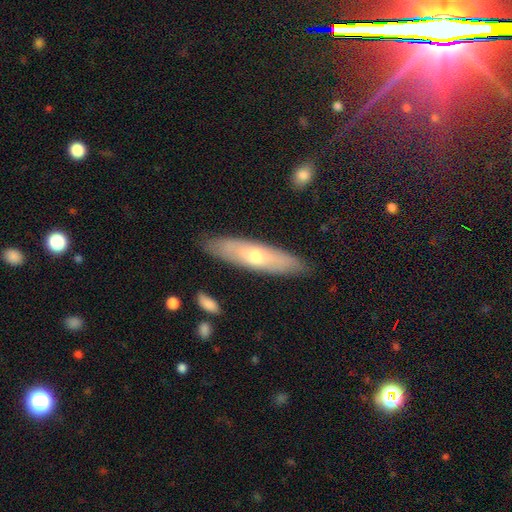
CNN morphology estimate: This is possibly a smooth galaxy (55%). How rounded: likely cigar-shaped (64%). Merging: clearly none (86%).